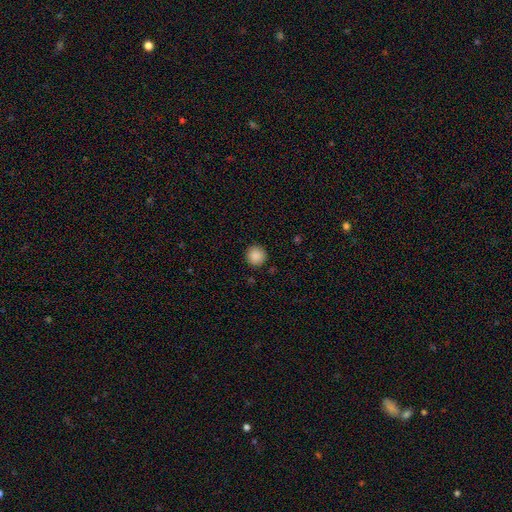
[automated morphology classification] Smooth or featured? smooth (89%)
How rounded? round (95%)
Merging? none (91%)